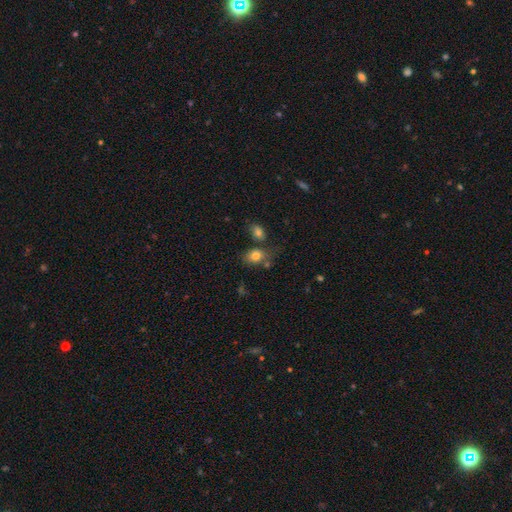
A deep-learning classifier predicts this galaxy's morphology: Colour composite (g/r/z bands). It shows a smooth galaxy with no disk features (80%) that is in between round and cigar-shaped (62%). Merging: none (58%).